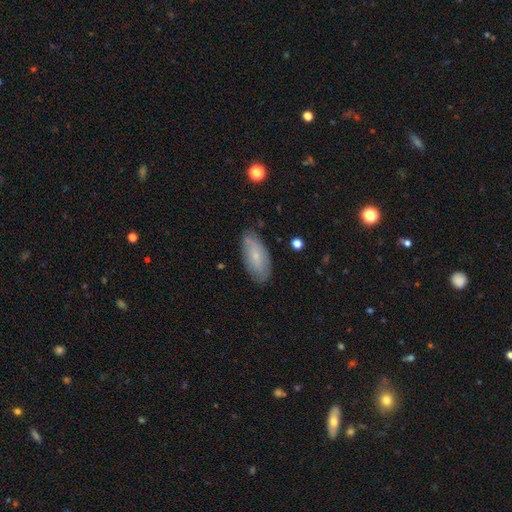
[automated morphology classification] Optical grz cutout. It shows a smooth galaxy with no disk features (58%) that is in between round and cigar-shaped (87%). Merging: none (78%).